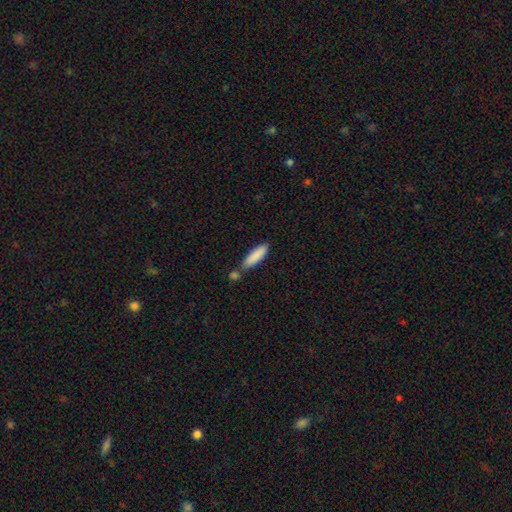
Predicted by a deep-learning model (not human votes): Smooth or featured? Predicted: smooth (p=0.87). How rounded? Predicted: cigar-shaped (p=0.64). Merging? Predicted: none (p=0.60).